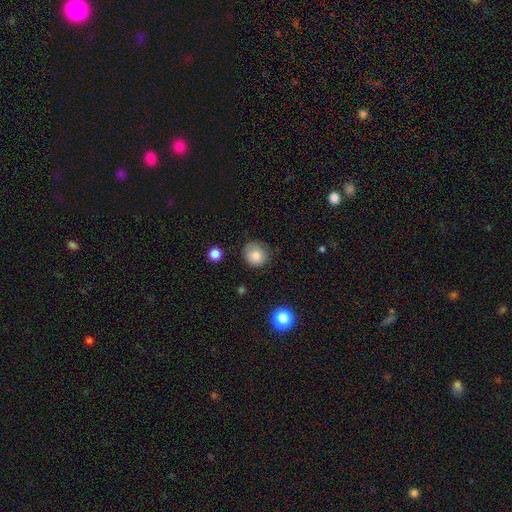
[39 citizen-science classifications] Volunteers were most divided on "merging": none: 73%, minor disturbance: 16%, major disturbance: 5%, merger: 5%. More confident: how rounded — round (97%); smooth or featured — smooth (85%).